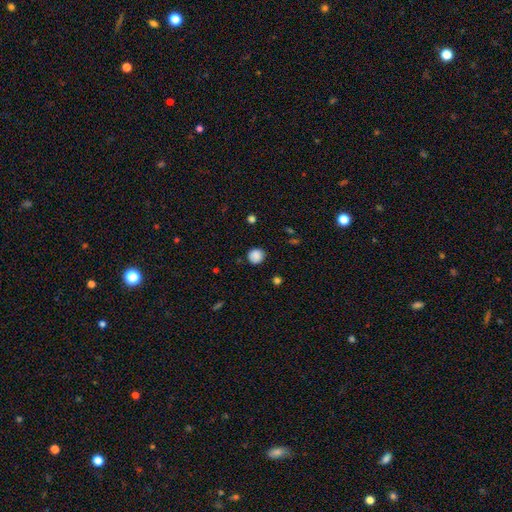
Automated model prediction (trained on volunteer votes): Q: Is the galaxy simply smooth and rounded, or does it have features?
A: smooth — 86%.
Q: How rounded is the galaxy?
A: round — 91%.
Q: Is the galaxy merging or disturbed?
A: none — 85%.